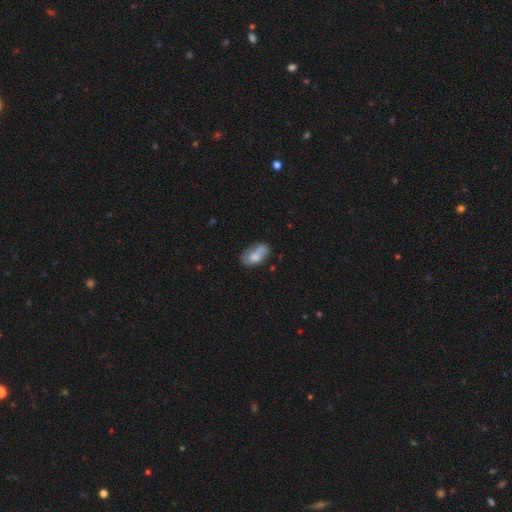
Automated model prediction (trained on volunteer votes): Smooth or featured?
  - smooth: 64% *
  - featured or disk: 28%
  - star or artifact: 8%
How rounded?
  - in between: 91% *
  - round: 6%
  - cigar-shaped: 3%
Merging?
  - none: 42% *
  - minor disturbance: 26%
  - merger: 20%
  - major disturbance: 12%